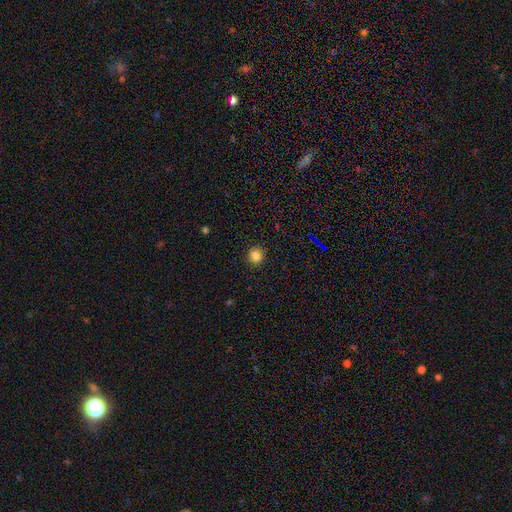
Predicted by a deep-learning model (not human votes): A smooth galaxy with no disk features (82%) that is round (92%).

Vote fractions:
- Smooth or featured? smooth: 82% / star or artifact: 13% / featured or disk: 5%
- How rounded? round: 92% / in between: 7% / cigar-shaped: 1%
- Merging? none: 92% / minor disturbance: 5% / major disturbance: 2% / merger: 1%